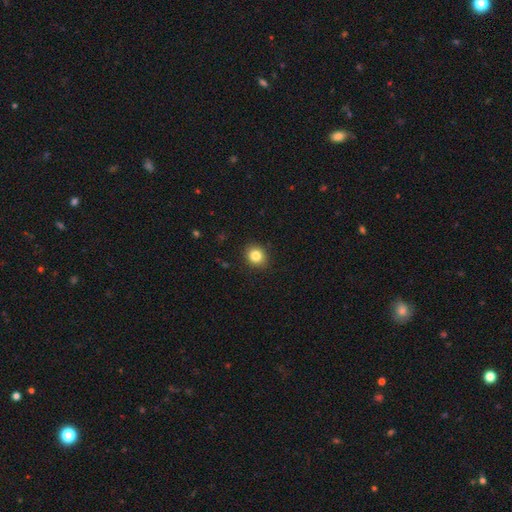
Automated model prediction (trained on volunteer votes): A smooth galaxy with no disk features (83%) that is round (77%). Merging: none (90%).